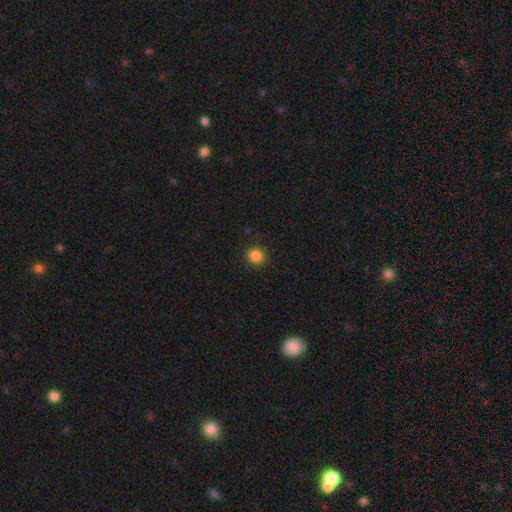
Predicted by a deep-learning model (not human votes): A smooth galaxy with no disk features (86%) that is round (91%).

Vote fractions:
- Smooth or featured? smooth: 86% / star or artifact: 11% / featured or disk: 3%
- How rounded? round: 91% / in between: 8% / cigar-shaped: 1%
- Merging? none: 90% / minor disturbance: 7% / major disturbance: 2% / merger: 1%